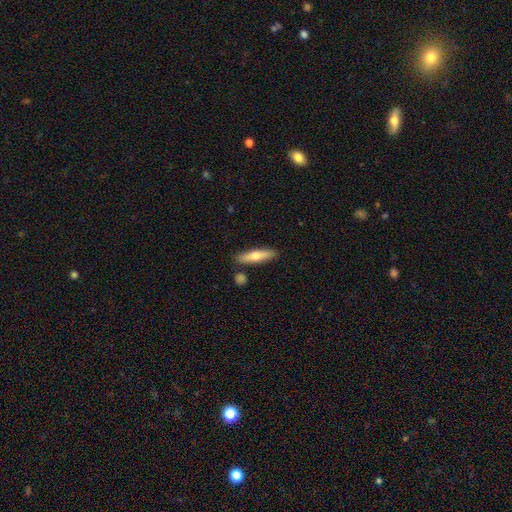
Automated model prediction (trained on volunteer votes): Overall: smooth (60%; featured or disk 34%). How rounded: cigar-shaped (74%). Merging: none (84%).